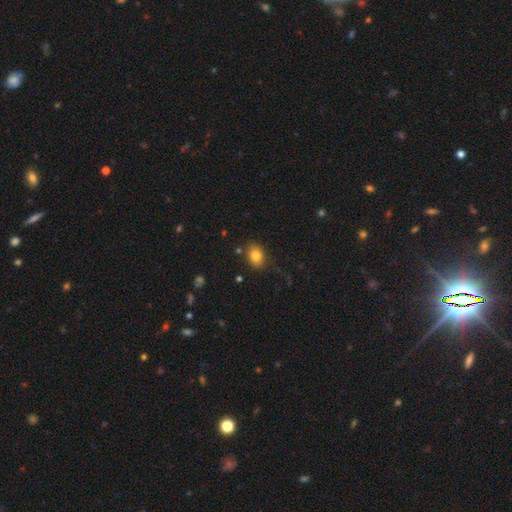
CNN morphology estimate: A smooth galaxy with no disk features (81%) that is in between round and cigar-shaped (67%).

Vote fractions:
- Smooth or featured? smooth: 81% / star or artifact: 10% / featured or disk: 9%
- How rounded? in between: 67% / round: 32% / cigar-shaped: 1%
- Merging? none: 80% / minor disturbance: 14% / major disturbance: 3% / merger: 3%